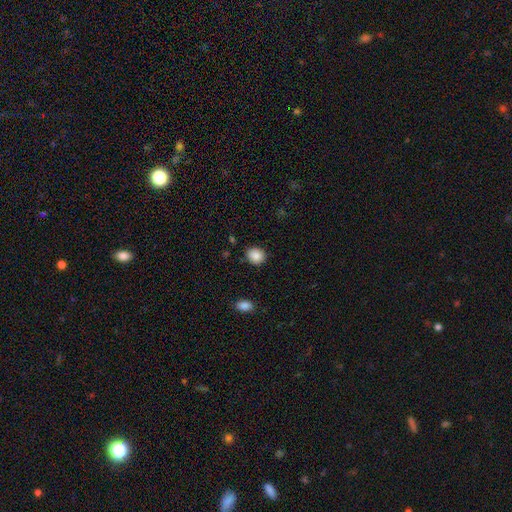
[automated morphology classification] Overall: smooth (88%). How rounded: round (66%; in between 33%). Merging: none (85%).